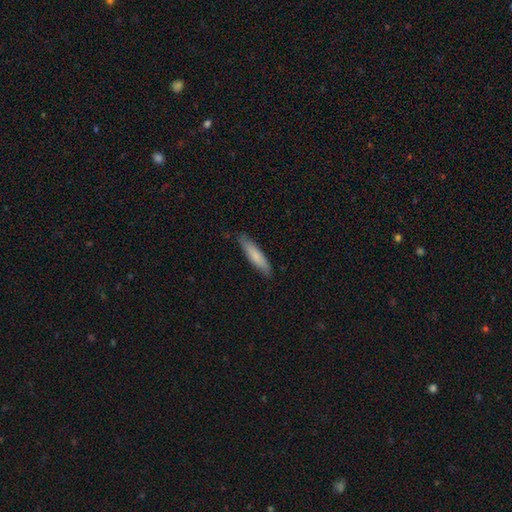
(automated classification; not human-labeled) This appears to be a smooth galaxy with no disk features (77%) that is cigar-shaped (81%). Merging: none (85%).